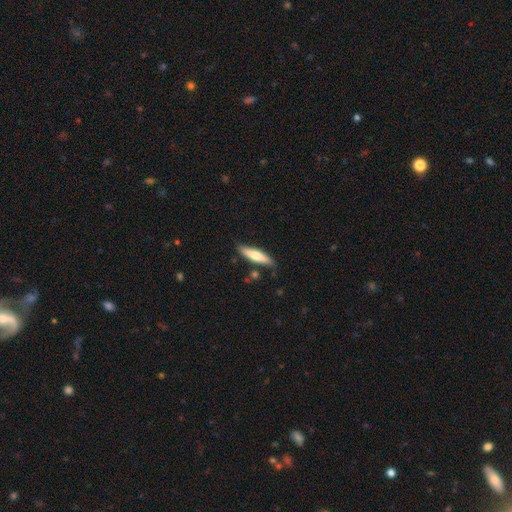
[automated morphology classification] Smooth or featured?
  - smooth: 62% *
  - featured or disk: 33%
  - star or artifact: 5%
How rounded?
  - cigar-shaped: 76% *
  - in between: 22%
  - round: 2%
Merging?
  - none: 80% *
  - minor disturbance: 14%
  - merger: 3%
  - major disturbance: 3%